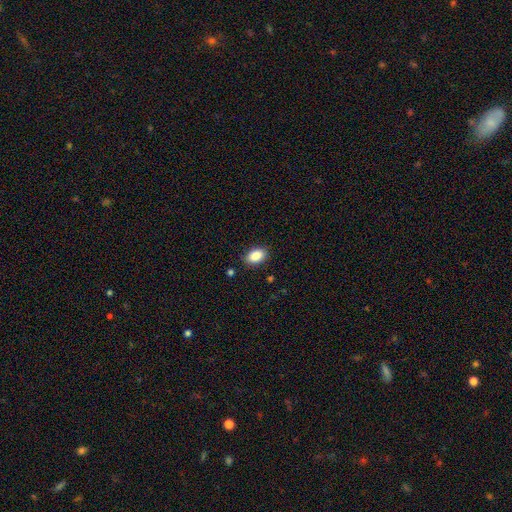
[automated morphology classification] A smooth galaxy with no disk features (87%) that is in between round and cigar-shaped (89%).

Vote fractions:
- Smooth or featured? smooth: 87% / star or artifact: 8% / featured or disk: 5%
- How rounded? in between: 89% / round: 10% / cigar-shaped: 2%
- Merging? none: 87% / minor disturbance: 10% / major disturbance: 2% / merger: 1%